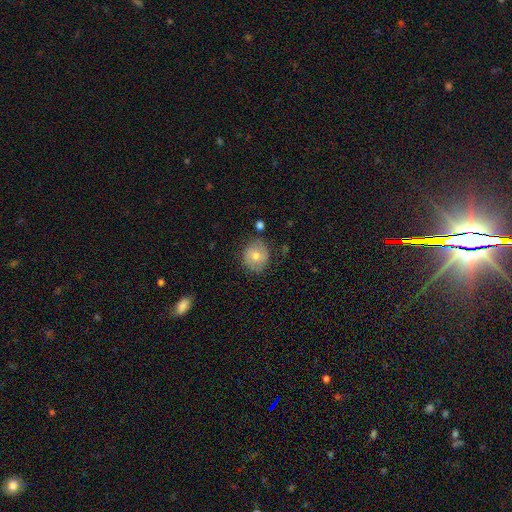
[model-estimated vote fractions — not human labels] Smooth or featured: smooth — 67% (featured or disk — 25%)
How rounded: round — 78% (in between — 21%)
Merging: none — 74% (minor disturbance — 19%)